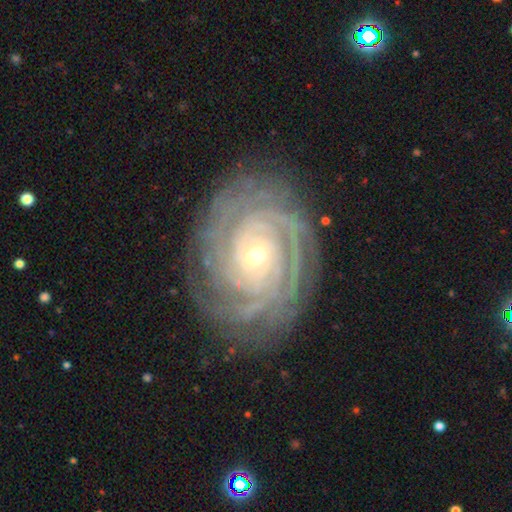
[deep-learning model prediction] This is clearly a featured or disk galaxy (90%). It is clearly not viewed edge-on (97%). Bar: likely no (68%). Spiral arm pattern: clearly yes (98%). Spiral arm count: marginally more than 4 (24%). Spiral winding: clearly tight (86%). Central bulge: likely small (68%). Merging: clearly none (82%).